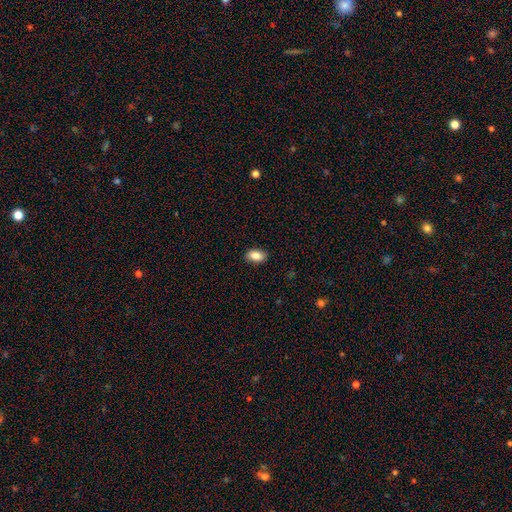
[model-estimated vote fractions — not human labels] This appears to be a smooth galaxy with no disk features (86%) that is in between round and cigar-shaped (90%). Merging: none (89%).